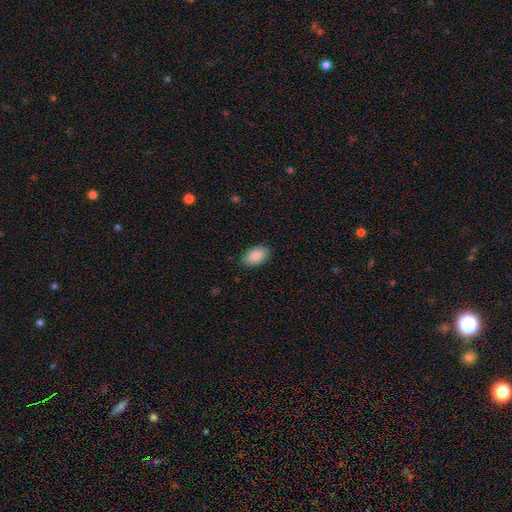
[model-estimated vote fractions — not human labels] Smooth or featured: smooth — 89% (star or artifact — 7%)
How rounded: in between — 93% (round — 6%)
Merging: none — 87% (minor disturbance — 10%)